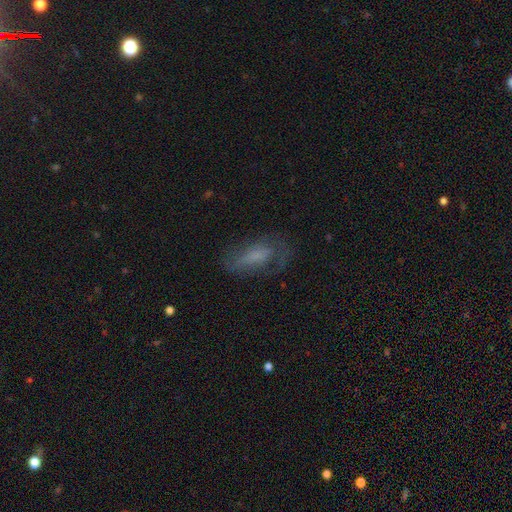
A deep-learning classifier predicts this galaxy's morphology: This appears to be a smooth galaxy with no disk features (48%). Merging: none (55%).